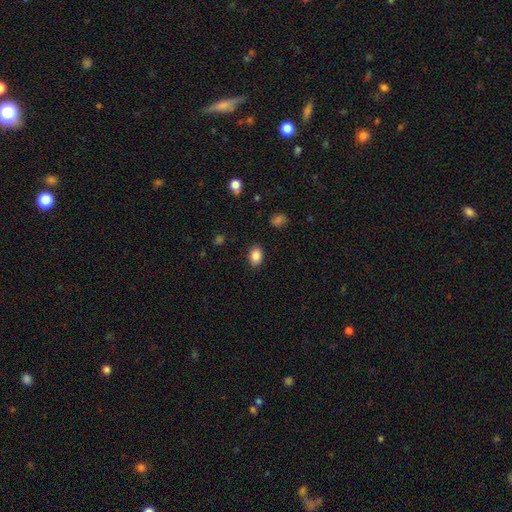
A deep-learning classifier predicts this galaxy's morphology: smooth_or_featured: smooth (p=0.86) [alt: star or artifact p=0.09]
how_rounded: in between (p=0.74) [alt: round p=0.24]
merging: none (p=0.87) [alt: minor disturbance p=0.09]